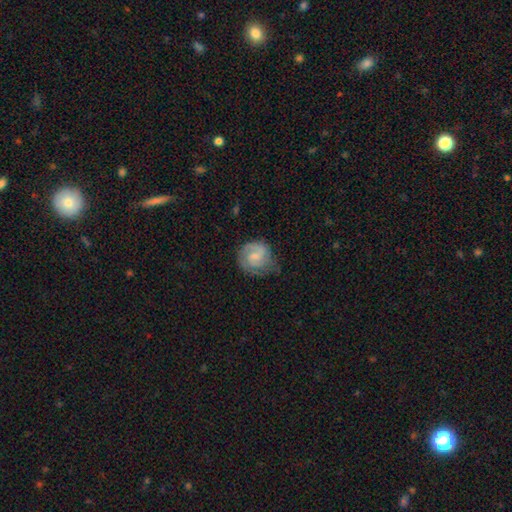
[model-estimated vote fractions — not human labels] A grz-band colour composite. It shows a featured or disk galaxy (60%) with a weak bar (53%), 2 (63%) tight (44%) spiral arms (89%) and a small central bulge (48%). Merging: none (57%).